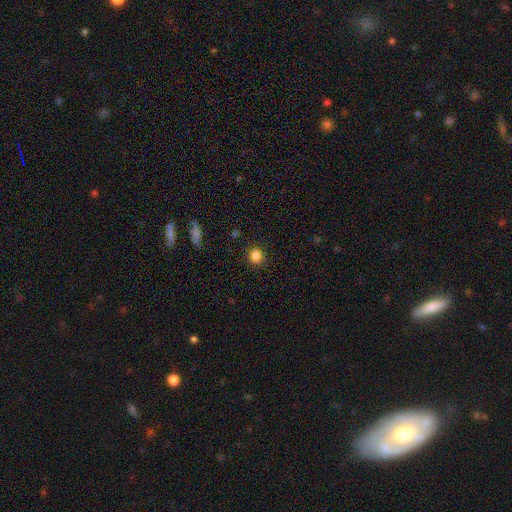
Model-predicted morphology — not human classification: This appears to be a smooth galaxy with no disk features (85%) that is round (76%). Merging: none (89%).